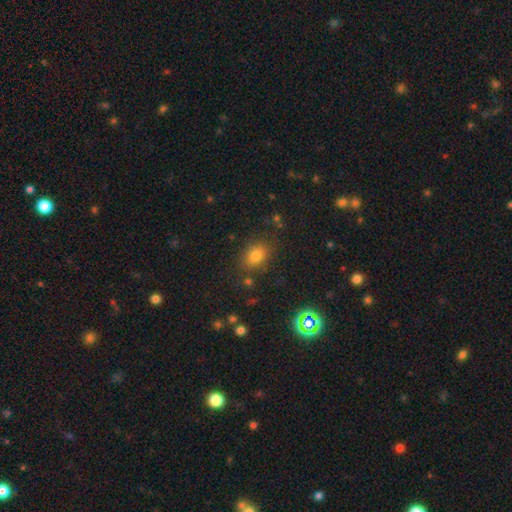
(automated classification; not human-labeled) A smooth galaxy with no disk features (75%) that is in between round and cigar-shaped (72%). Merging: none (80%).